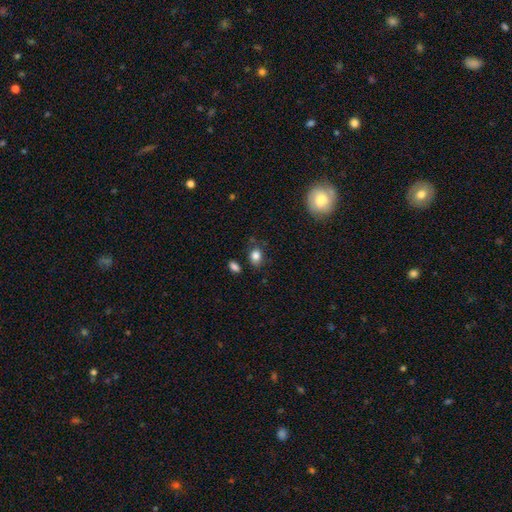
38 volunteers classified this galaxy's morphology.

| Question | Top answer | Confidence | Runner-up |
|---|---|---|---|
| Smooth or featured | smooth | 82% | featured or disk (13%) |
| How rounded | in between | 55% | round (45%) |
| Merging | none | 75% | minor disturbance (17%) |